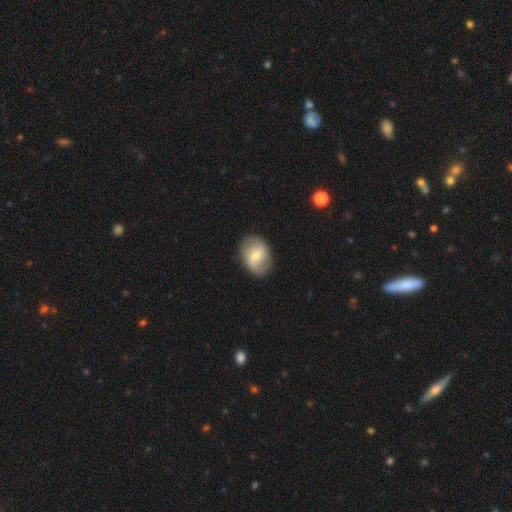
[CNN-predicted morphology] Smooth or featured?
  - featured or disk: 52% *
  - smooth: 42%
  - star or artifact: 7%
Edge-on disk?
  - no: 96% *
  - yes: 4%
Merging?
  - none: 80% *
  - minor disturbance: 15%
  - major disturbance: 5%
  - merger: 1%